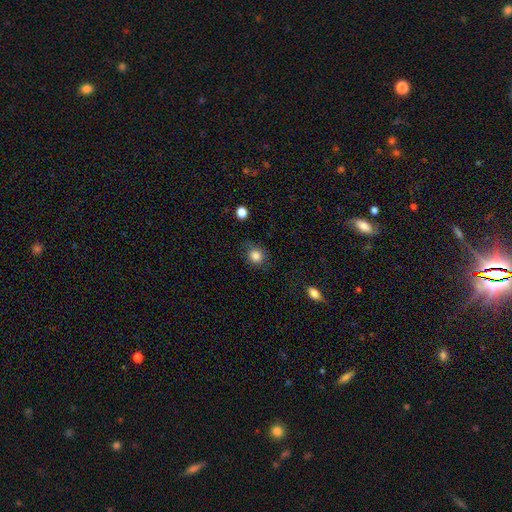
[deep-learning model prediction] Smooth or featured? Predicted: smooth (p=0.84). How rounded? Predicted: round (p=0.79). Merging? Predicted: none (p=0.75).